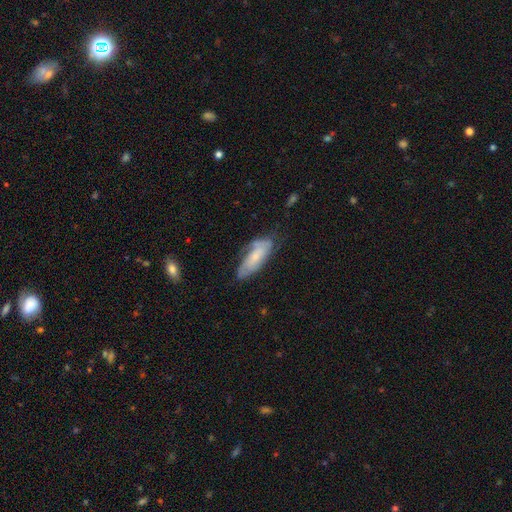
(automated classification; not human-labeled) Smooth or featured? Predicted: featured or disk (p=0.50). Merging? Predicted: none (p=0.63).